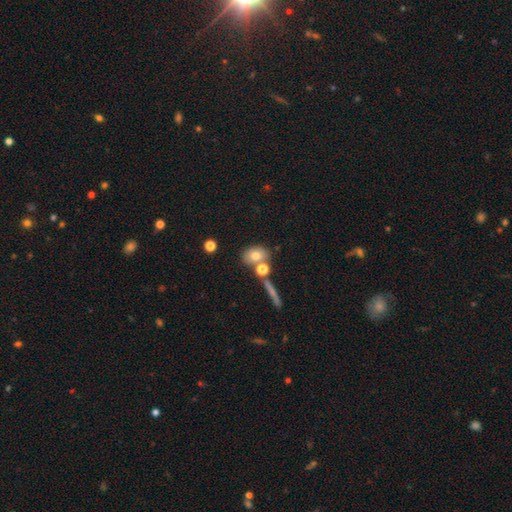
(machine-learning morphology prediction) smooth 74%, featured or disk 16%, star or artifact 10%. Down the decision tree: how rounded — in between (62%); merging — none (60%).